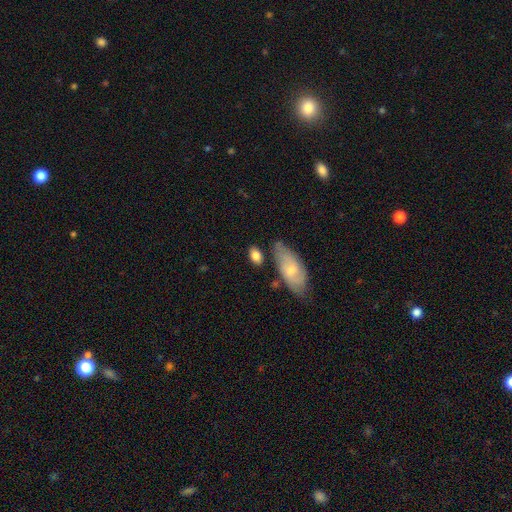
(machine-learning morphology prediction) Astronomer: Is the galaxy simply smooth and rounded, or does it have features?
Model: smooth — 81%.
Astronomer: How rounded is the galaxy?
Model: in between — 85%.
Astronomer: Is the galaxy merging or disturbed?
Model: none — 70%.